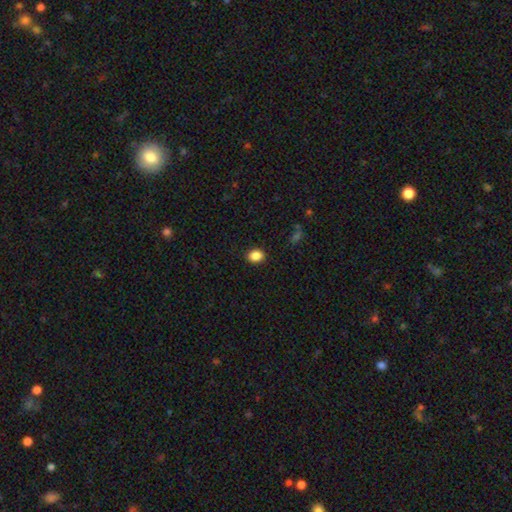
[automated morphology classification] The model was most divided on "how rounded": in between: 50%, round: 49%, cigar-shaped: 1%. More confident: merging — none (90%); smooth or featured — smooth (87%).